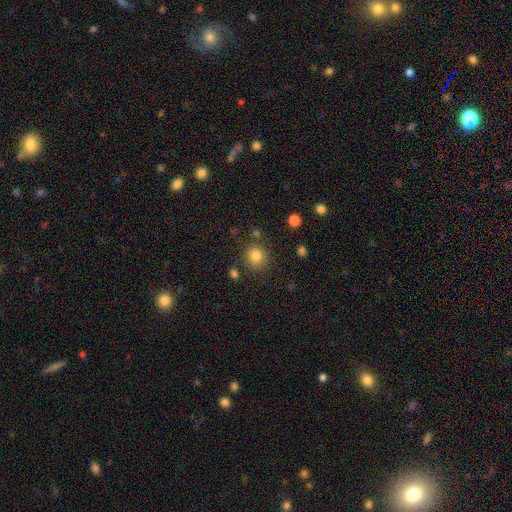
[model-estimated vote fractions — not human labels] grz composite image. It shows a smooth galaxy with no disk features (82%) that is round (86%). Merging: none (81%).